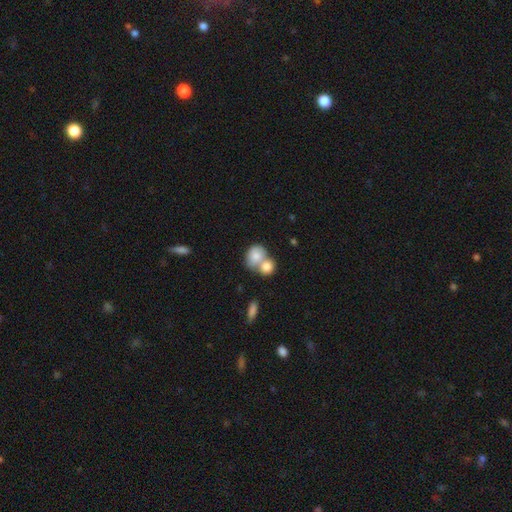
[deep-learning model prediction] Morphology: type=smooth (77%); roundness=round (57%); merging=merger (69%).